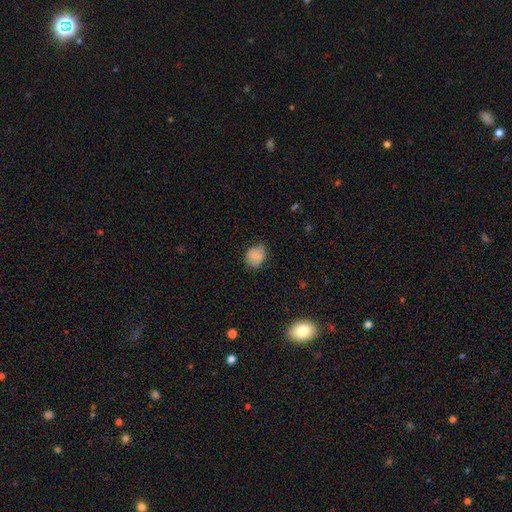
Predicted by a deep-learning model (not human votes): This is likely a smooth galaxy (75%). How rounded: likely round (60%). Merging: likely none (70%).